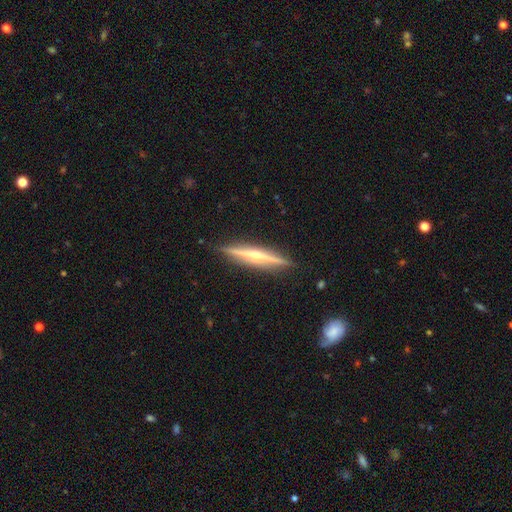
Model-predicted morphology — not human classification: A featured or disk galaxy (77%) viewed edge-on (98%) with a rounded central bulge (79%). Merging: none (91%).